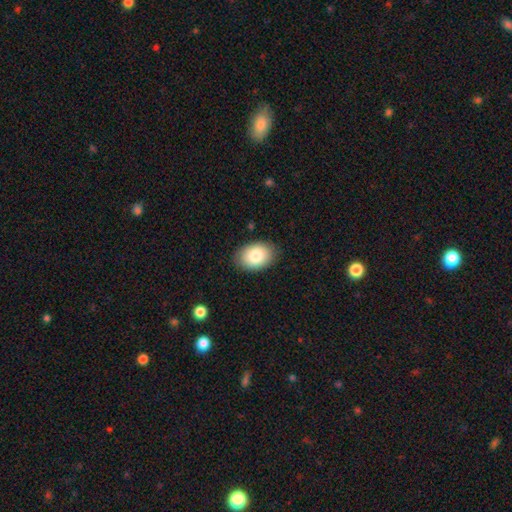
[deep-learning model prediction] Overall: smooth (85%). How rounded: in between (84%). Merging: none (86%).